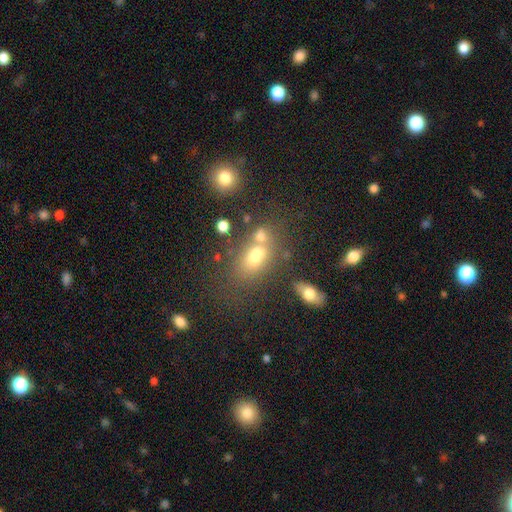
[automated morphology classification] A smooth galaxy with no disk features (64%) that is in between round and cigar-shaped (76%).

Vote fractions:
- Smooth or featured? smooth: 64% / featured or disk: 20% / star or artifact: 16%
- How rounded? in between: 76% / round: 20% / cigar-shaped: 4%
- Merging? merger: 40% / none: 39% / minor disturbance: 13% / major disturbance: 8%